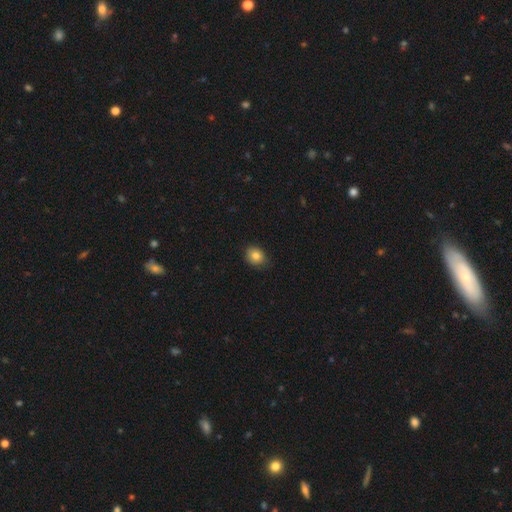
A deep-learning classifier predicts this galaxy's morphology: The model was most divided on "how rounded": round: 62%, in between: 37%, cigar-shaped: 1%. More confident: smooth or featured — smooth (81%); merging — none (78%).